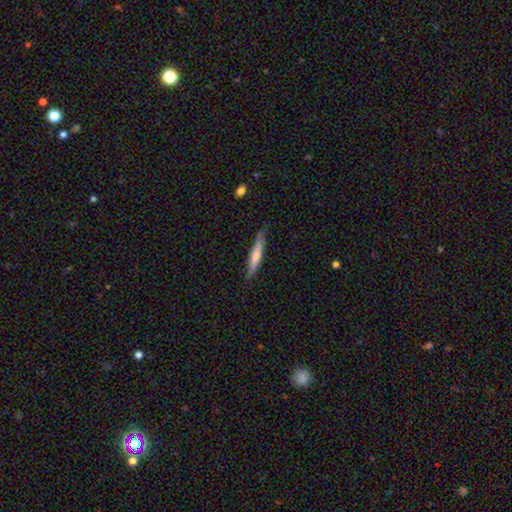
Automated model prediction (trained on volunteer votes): Smooth or featured: smooth — 52% (featured or disk — 42%)
How rounded: cigar-shaped — 93% (in between — 6%)
Merging: none — 85% (minor disturbance — 12%)